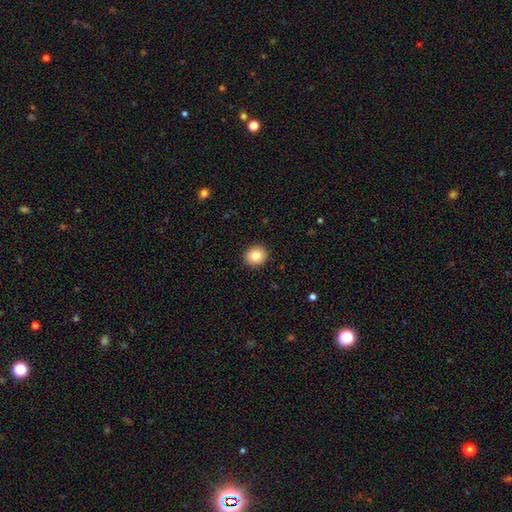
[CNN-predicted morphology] A smooth galaxy with no disk features (82%) that is round (80%). Merging: none (92%).